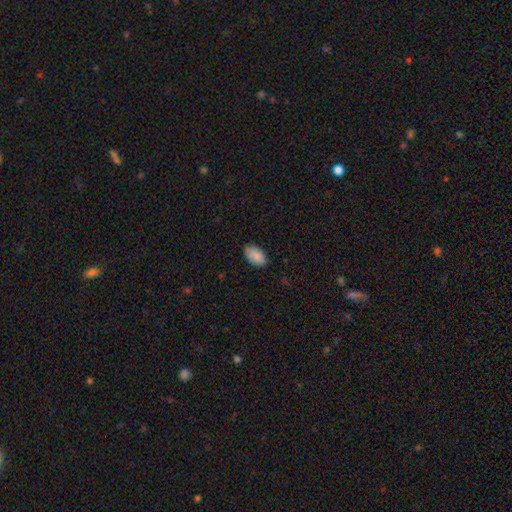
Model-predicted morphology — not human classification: This appears to be a smooth galaxy with no disk features (87%) that is in between round and cigar-shaped (94%). Merging: none (81%).